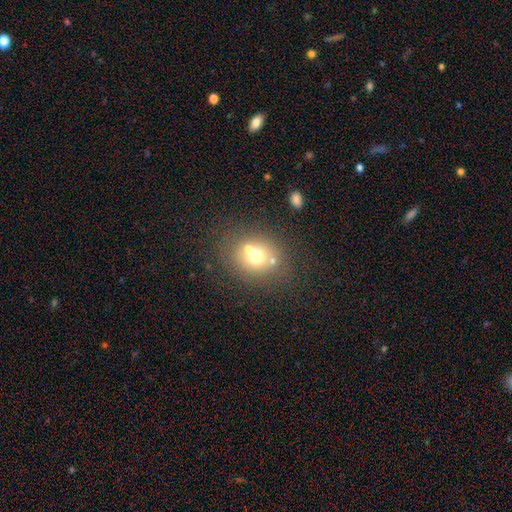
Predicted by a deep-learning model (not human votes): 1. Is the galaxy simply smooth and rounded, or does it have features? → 64% smooth, 21% featured or disk, 15% star or artifact.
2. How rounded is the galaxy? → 70% round, 29% in between, 1% cigar-shaped.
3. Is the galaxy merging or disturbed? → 58% none, 26% merger, 11% minor disturbance, 5% major disturbance.